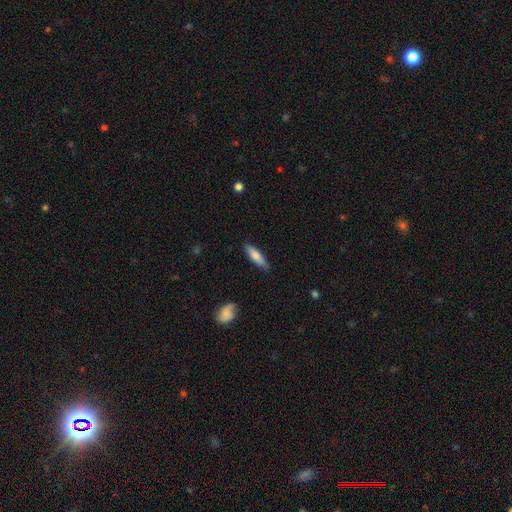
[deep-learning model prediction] This appears to be a smooth galaxy with no disk features (72%) that is cigar-shaped (62%). Merging: none (83%).